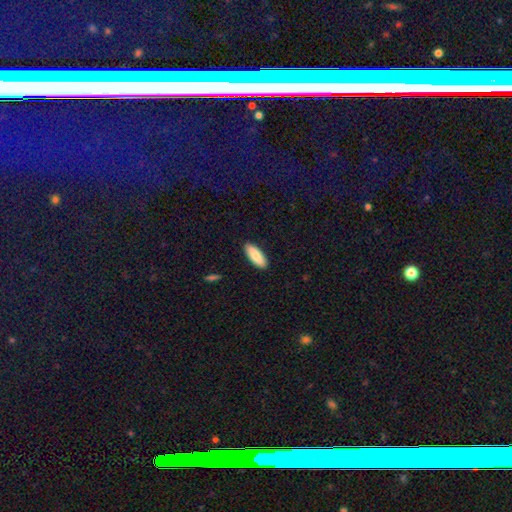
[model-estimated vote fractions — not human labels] A smooth galaxy with no disk features (86%) that is in between round and cigar-shaped (68%).

Vote fractions:
- Smooth or featured? smooth: 86% / featured or disk: 9% / star or artifact: 5%
- How rounded? in between: 68% / cigar-shaped: 31% / round: 2%
- Merging? none: 90% / minor disturbance: 7% / major disturbance: 2% / merger: 1%